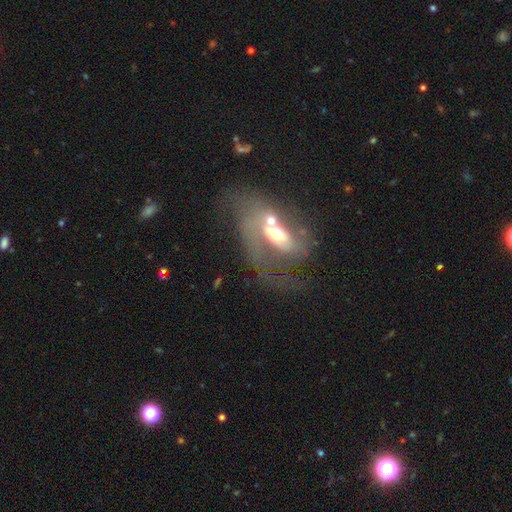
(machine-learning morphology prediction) Q: Smooth or featured?
A: featured or disk (76%); runner-up: smooth (16%)
Q: Edge-on disk?
A: no (94%); runner-up: yes (6%)
Q: Bar?
A: weak (41%); runner-up: no (39%)
Q: Spiral arms?
A: yes (79%); runner-up: no (21%)
Q: Spiral winding?
A: medium (42%); runner-up: tight (29%)
Q: Spiral arm count?
A: 2 (41%); runner-up: can't tell (23%)
Q: Bulge size?
A: moderate (63%); runner-up: small (22%)
Q: Merging?
A: merger (45%); runner-up: none (23%)